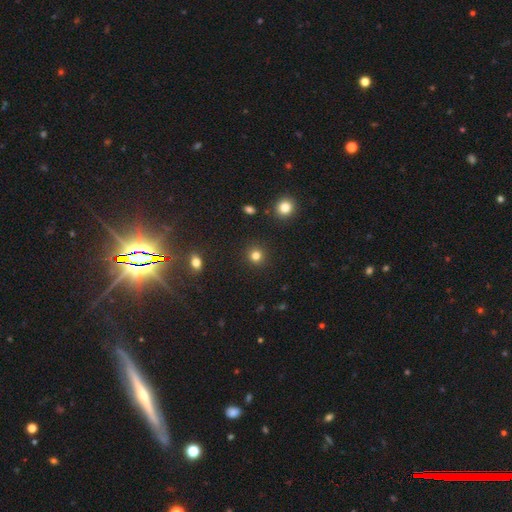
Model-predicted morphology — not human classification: Smooth or featured: smooth — 82% (star or artifact — 13%)
How rounded: round — 92% (in between — 7%)
Merging: none — 92% (minor disturbance — 5%)